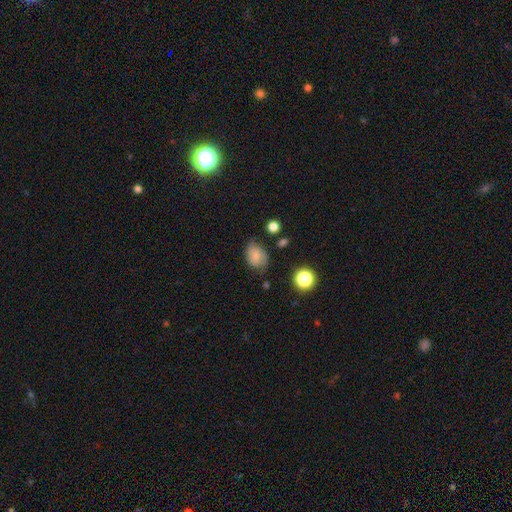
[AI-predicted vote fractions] This appears to be a smooth galaxy with no disk features (78%) that is in between round and cigar-shaped (69%). Merging: none (65%).